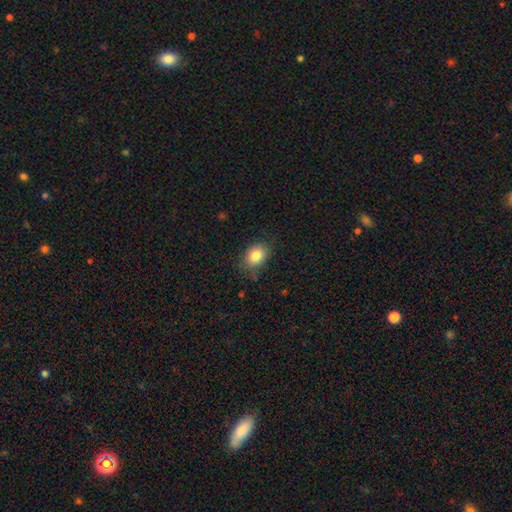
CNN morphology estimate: smooth_or_featured: smooth (p=0.83) [alt: star or artifact p=0.09]
how_rounded: in between (p=0.73) [alt: round p=0.26]
merging: none (p=0.77) [alt: minor disturbance p=0.18]